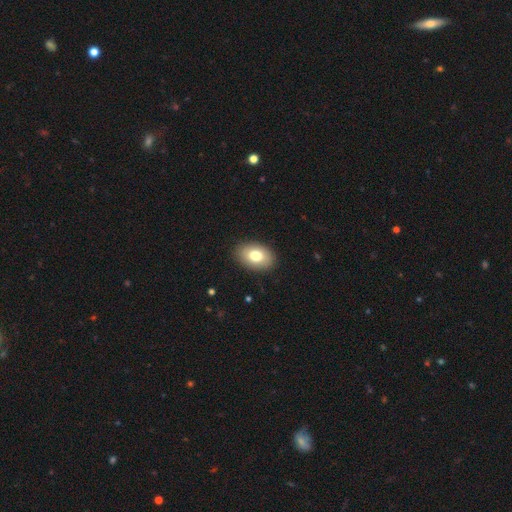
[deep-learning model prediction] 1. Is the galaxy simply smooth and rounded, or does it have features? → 78% smooth, 14% featured or disk, 7% star or artifact.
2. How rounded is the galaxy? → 86% in between, 13% round, 1% cigar-shaped.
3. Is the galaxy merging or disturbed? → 88% none, 9% minor disturbance, 2% major disturbance, 1% merger.